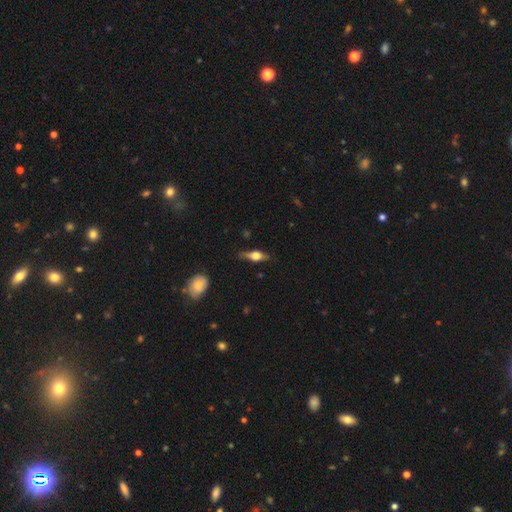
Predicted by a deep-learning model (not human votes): Morphology: type=featured or disk (57%); edge-on=yes (93%); edge-on bulge=rounded (93%); merging=none (79%).